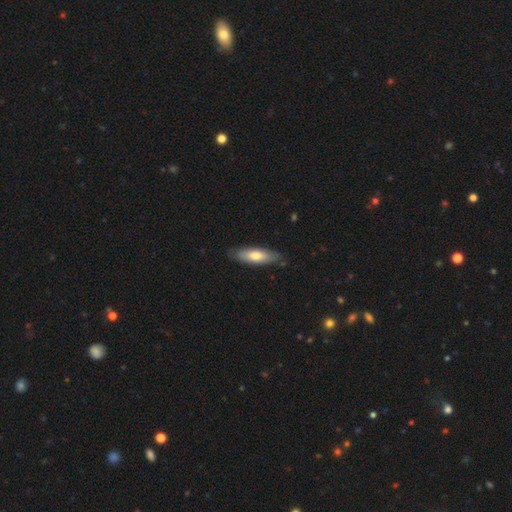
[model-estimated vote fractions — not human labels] The model was most divided on "how rounded": in between: 55%, cigar-shaped: 43%, round: 2%. More confident: merging — none (81%); smooth or featured — smooth (67%).